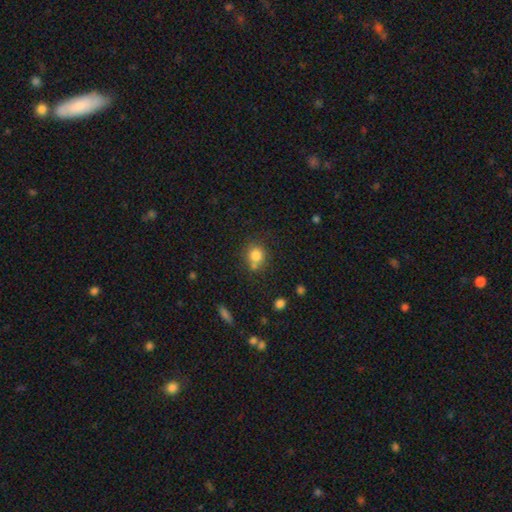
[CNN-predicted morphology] type=smooth (81%); roundness=round (81%); merging=none (58%).